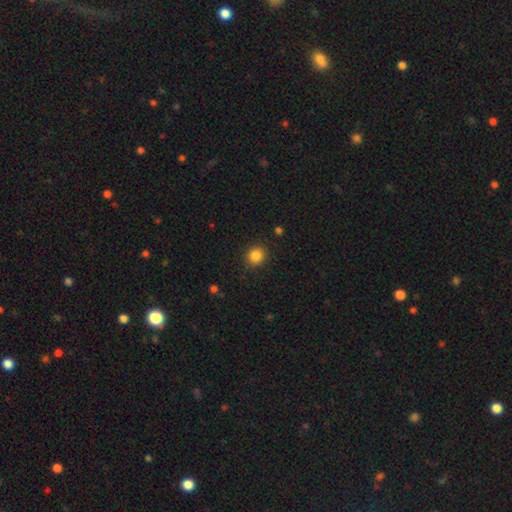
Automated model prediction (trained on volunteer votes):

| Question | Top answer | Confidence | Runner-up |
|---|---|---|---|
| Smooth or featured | smooth | 85% | star or artifact (11%) |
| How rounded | round | 88% | in between (11%) |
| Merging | none | 91% | minor disturbance (6%) |